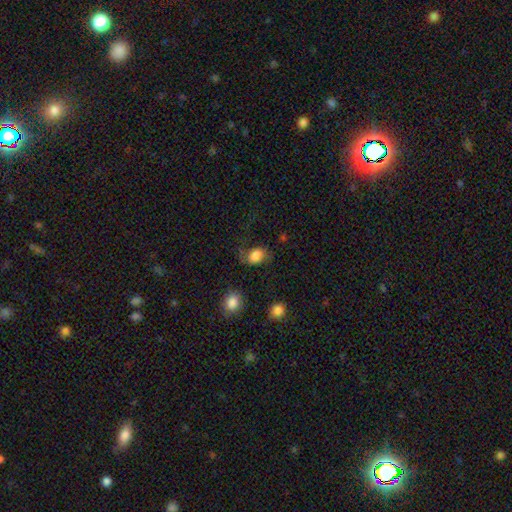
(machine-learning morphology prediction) Smooth or featured? smooth (79%)
How rounded? in between (70%)
Merging? none (54%)